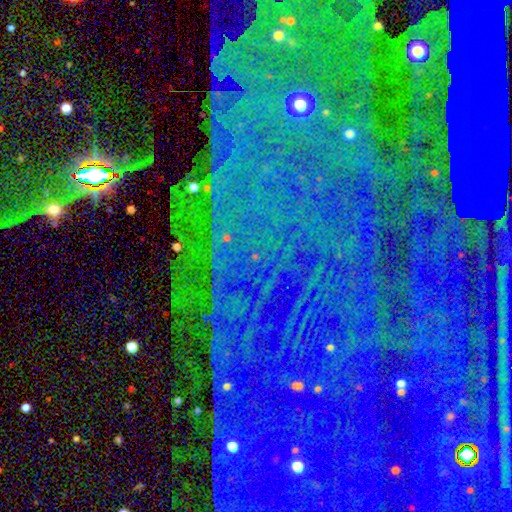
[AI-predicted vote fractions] The model was most divided on "smooth or featured": star or artifact: 86%, featured or disk: 7%, smooth: 7%.